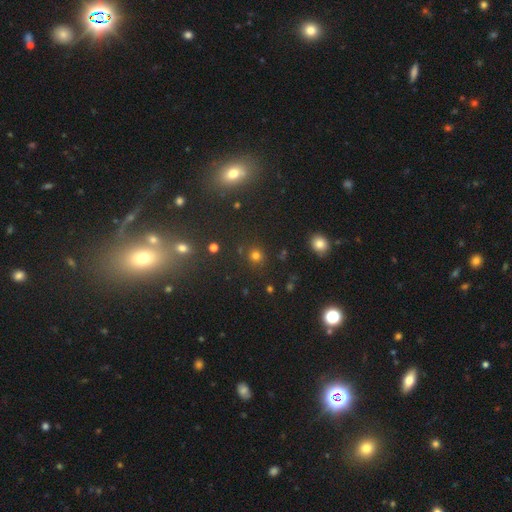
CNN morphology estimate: Smooth or featured: smooth — 72% (star or artifact — 22%)
How rounded: round — 90% (in between — 9%)
Merging: none — 85% (minor disturbance — 8%)